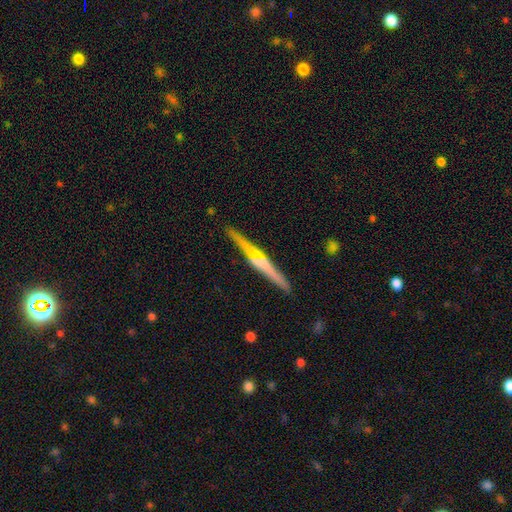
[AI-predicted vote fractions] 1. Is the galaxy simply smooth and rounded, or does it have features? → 80% featured or disk, 14% smooth, 5% star or artifact.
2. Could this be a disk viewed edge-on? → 98% yes, 2% no.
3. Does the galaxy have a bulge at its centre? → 84% rounded, 9% none, 6% boxy.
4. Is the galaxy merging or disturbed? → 91% none, 6% minor disturbance, 1% major disturbance, 1% merger.